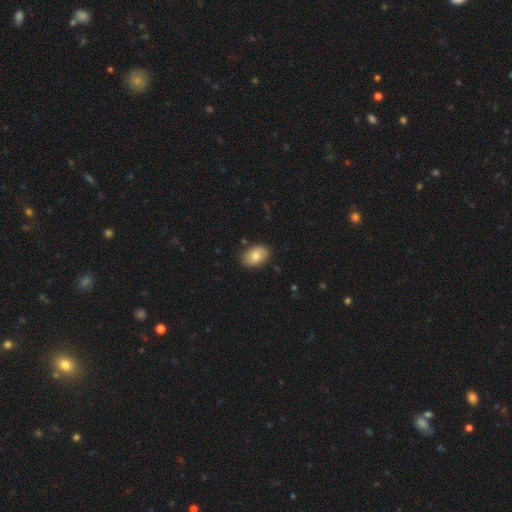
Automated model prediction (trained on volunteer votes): Smooth or featured: smooth — 81% (featured or disk — 12%)
How rounded: in between — 87% (round — 12%)
Merging: none — 86% (minor disturbance — 10%)